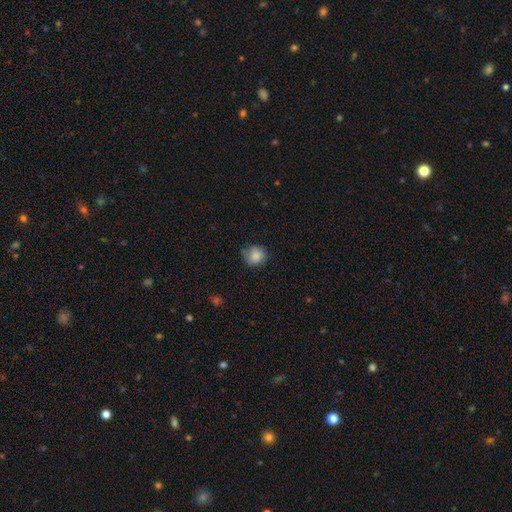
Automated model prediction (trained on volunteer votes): Q: Smooth or featured?
A: smooth (85%); runner-up: star or artifact (8%)
Q: How rounded?
A: round (86%); runner-up: in between (13%)
Q: Merging?
A: none (72%); runner-up: minor disturbance (22%)